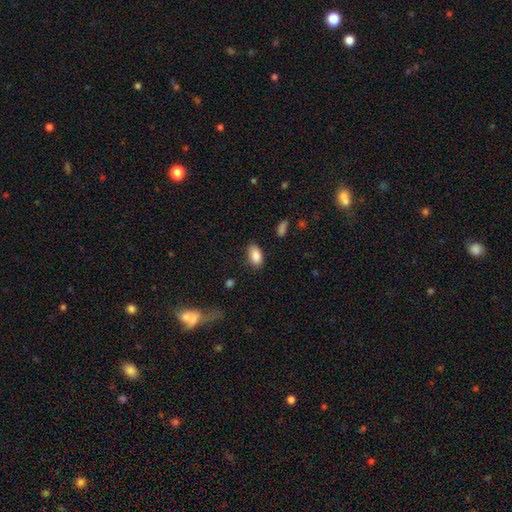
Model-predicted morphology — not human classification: smooth_or_featured: smooth (p=0.88) [alt: star or artifact p=0.07]
how_rounded: in between (p=0.92) [alt: round p=0.05]
merging: none (p=0.82) [alt: minor disturbance p=0.14]